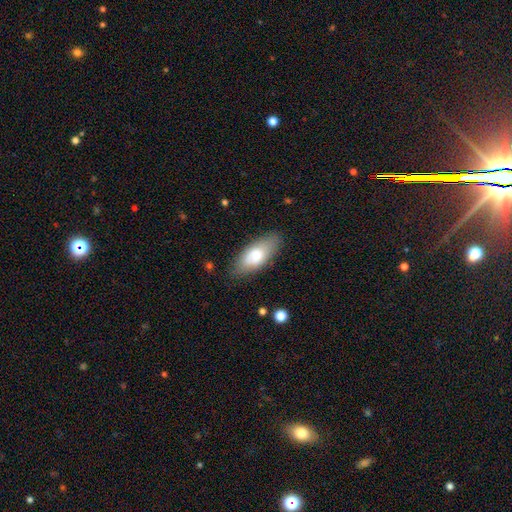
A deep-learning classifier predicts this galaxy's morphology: Smooth or featured? Predicted: smooth (p=0.74). How rounded? Predicted: in between (p=0.84). Merging? Predicted: none (p=0.79).